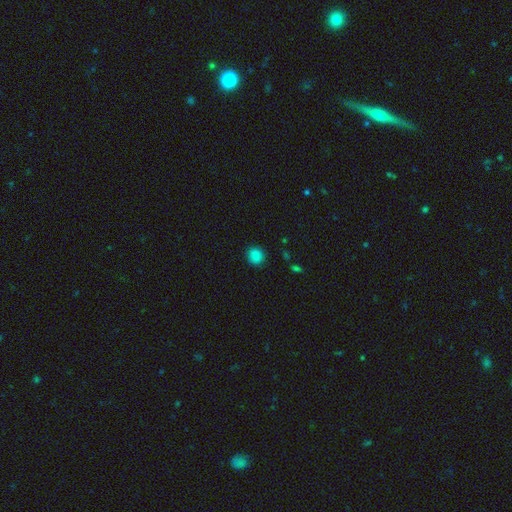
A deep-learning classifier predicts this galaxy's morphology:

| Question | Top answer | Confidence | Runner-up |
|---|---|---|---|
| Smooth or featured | smooth | 85% | star or artifact (11%) |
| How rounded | round | 81% | in between (18%) |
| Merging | none | 86% | minor disturbance (10%) |